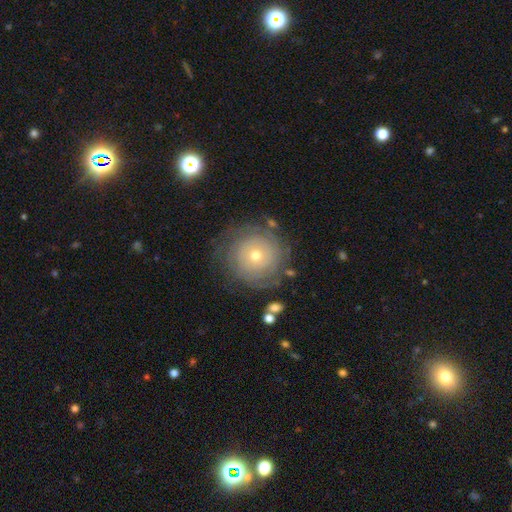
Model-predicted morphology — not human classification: This is likely a featured or disk galaxy (66%). It is clearly not viewed edge-on (97%). Bar: clearly no (86%). Spiral arm pattern: clearly yes (81%). Spiral arm count: possibly can't tell (52%). Spiral winding: clearly tight (83%). Central bulge: possibly small (50%). Merging: likely none (77%).